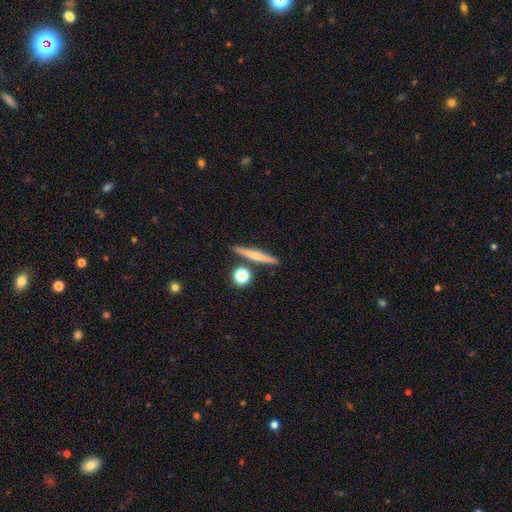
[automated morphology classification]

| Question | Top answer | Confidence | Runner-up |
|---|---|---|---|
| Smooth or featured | smooth | 58% | featured or disk (34%) |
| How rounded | cigar-shaped | 87% | in between (7%) |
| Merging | none | 83% | minor disturbance (8%) |